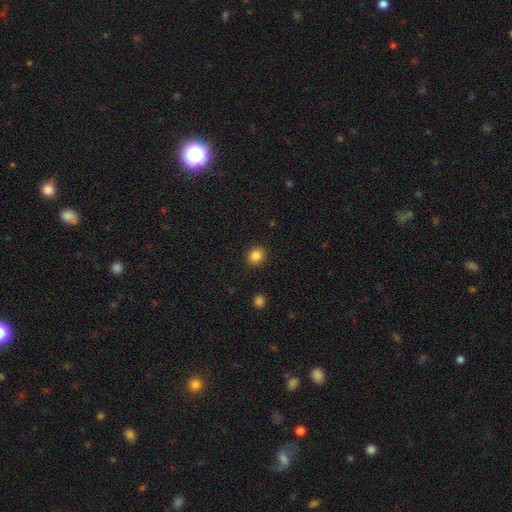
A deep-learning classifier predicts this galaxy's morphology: smooth 85%, star or artifact 11%, featured or disk 4%. Down the decision tree: how rounded — round (78%); merging — none (91%).